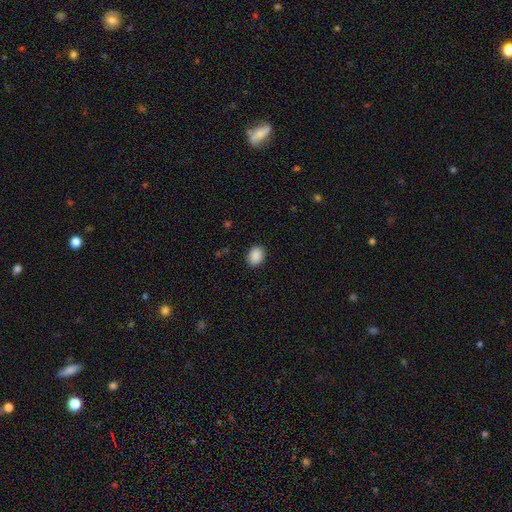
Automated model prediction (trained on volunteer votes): Smooth or featured: smooth — 90% (star or artifact — 8%)
How rounded: in between — 59% (round — 40%)
Merging: none — 89% (minor disturbance — 8%)